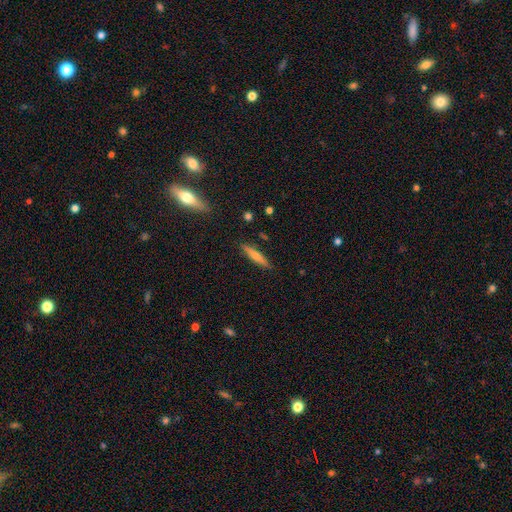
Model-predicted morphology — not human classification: Overall: smooth (57%; featured or disk 36%). How rounded: cigar-shaped (89%). Merging: none (88%).